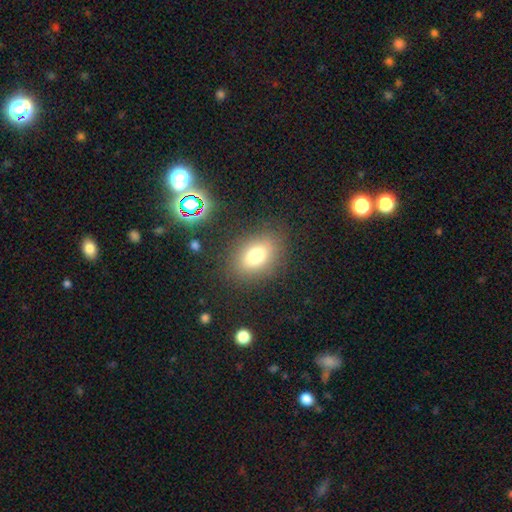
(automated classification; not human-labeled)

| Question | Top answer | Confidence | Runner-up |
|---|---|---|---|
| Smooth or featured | smooth | 74% | star or artifact (13%) |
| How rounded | in between | 75% | round (23%) |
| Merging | none | 83% | minor disturbance (10%) |